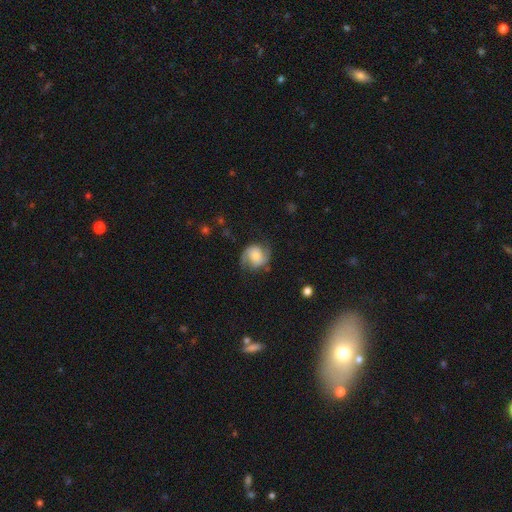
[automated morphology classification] A featured or disk galaxy (61%) with no bar (65%), 2 (88%) medium (45%) spiral arms (91%) and a small central bulge (39%).

Vote fractions:
- Smooth or featured? featured or disk: 61% / smooth: 31% / star or artifact: 8%
- Edge-on disk? no: 98% / yes: 2%
- Bar? no: 65% / weak: 28% / strong: 8%
- Spiral arms? yes: 91% / no: 9%
- Spiral winding? medium: 45% / loose: 32% / tight: 24%
- Spiral arm count? 2: 88% / can't tell: 5% / 1: 3% / 3: 1% / 4: 1% / more than 4: 1%
- Bulge size? small: 39% / moderate: 36% / large: 12% / none: 10% / dominant: 4%
- Merging? none: 67% / minor disturbance: 21% / major disturbance: 11% / merger: 1%